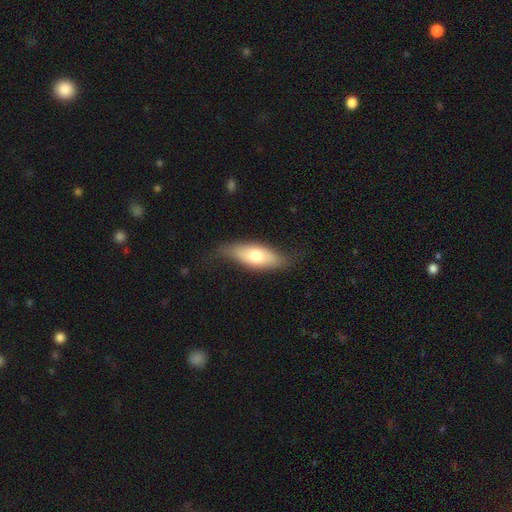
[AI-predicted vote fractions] The model was most divided on "smooth or featured": smooth: 63%, featured or disk: 31%, star or artifact: 6%. More confident: how rounded — in between (73%); merging — none (64%).